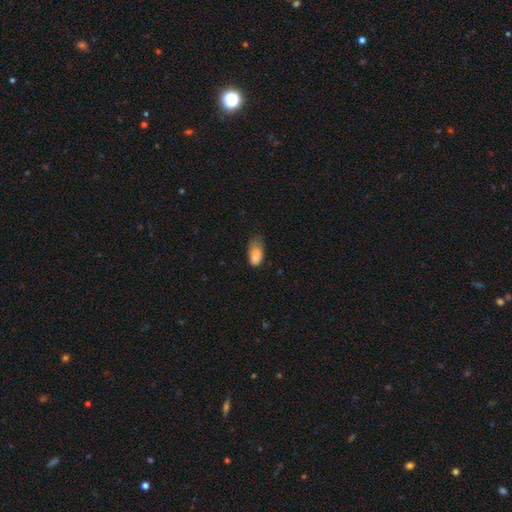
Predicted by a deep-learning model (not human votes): smooth_or_featured: smooth (p=0.80) [alt: featured or disk p=0.11]
how_rounded: in between (p=0.90) [alt: cigar-shaped p=0.05]
merging: minor disturbance (p=0.42) [alt: none p=0.29]